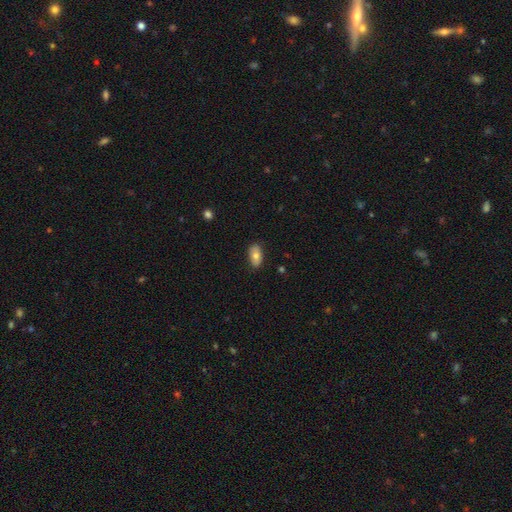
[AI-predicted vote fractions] Morphology: type=smooth (76%); roundness=in between (93%); merging=none (85%).